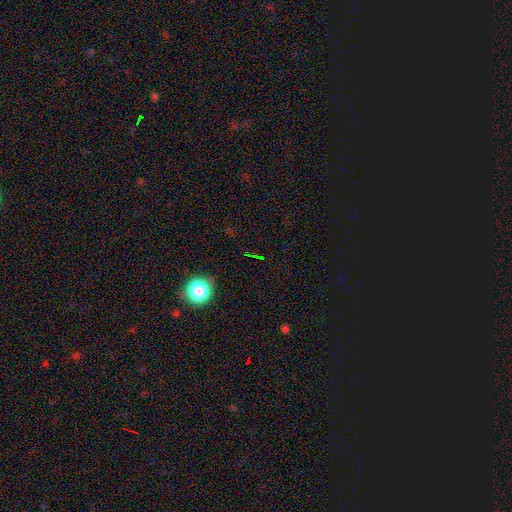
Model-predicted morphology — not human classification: A star or artifact, not a galaxy (70%).